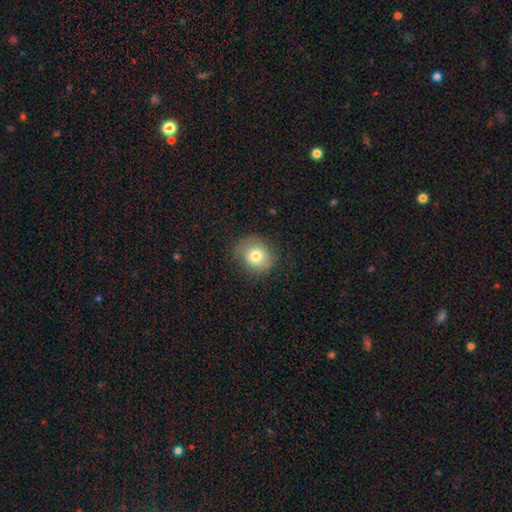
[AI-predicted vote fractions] Smooth or featured? Predicted: smooth (p=0.75). How rounded? Predicted: round (p=0.74). Merging? Predicted: none (p=0.74).